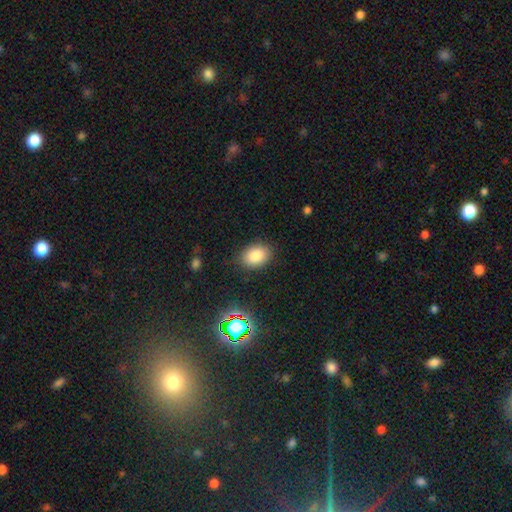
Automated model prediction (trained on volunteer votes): smooth-or-featured: smooth: 84% | star or artifact: 11% | featured or disk: 5%
  how-rounded: in between: 77% | round: 21% | cigar-shaped: 1%
  merging: none: 85% | minor disturbance: 11% | major disturbance: 3% | merger: 1%